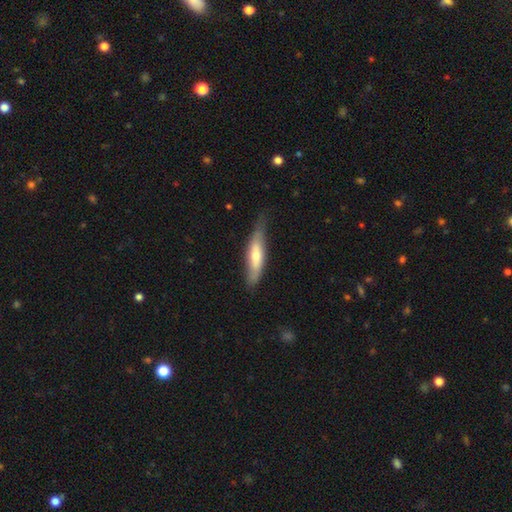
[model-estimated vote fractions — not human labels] Q: Smooth or featured?
A: smooth (51%); runner-up: featured or disk (43%)
Q: How rounded?
A: cigar-shaped (78%); runner-up: in between (21%)
Q: Merging?
A: none (66%); runner-up: minor disturbance (27%)